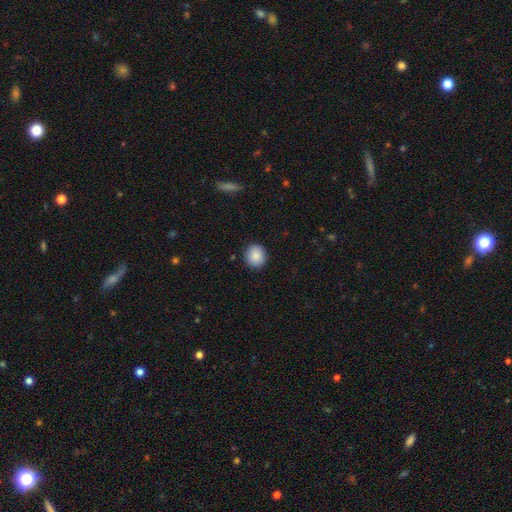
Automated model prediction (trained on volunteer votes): smooth 87%, star or artifact 8%, featured or disk 4%. Down the decision tree: how rounded — round (86%); merging — none (91%).